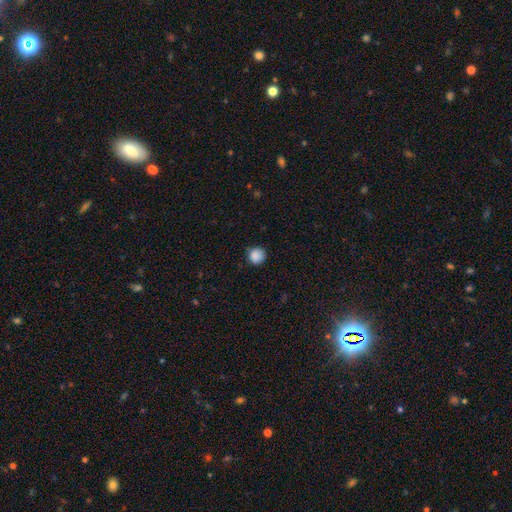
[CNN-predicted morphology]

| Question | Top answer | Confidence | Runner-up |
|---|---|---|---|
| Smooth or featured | smooth | 87% | star or artifact (10%) |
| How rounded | round | 93% | in between (6%) |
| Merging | none | 81% | minor disturbance (15%) |